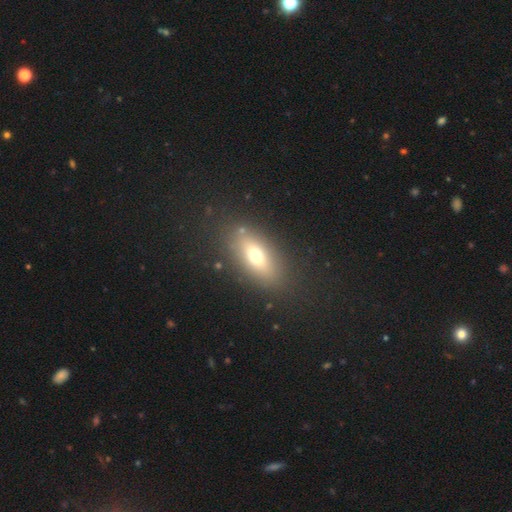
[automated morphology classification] Smooth or featured: smooth — 66% (featured or disk — 23%)
How rounded: in between — 79% (cigar-shaped — 15%)
Merging: none — 83% (minor disturbance — 10%)